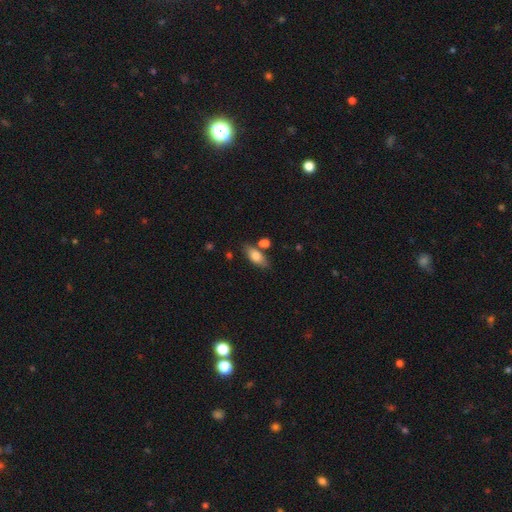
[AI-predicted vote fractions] This appears to be a smooth galaxy with no disk features (76%) that is in between round and cigar-shaped (79%). Merging: none (72%).